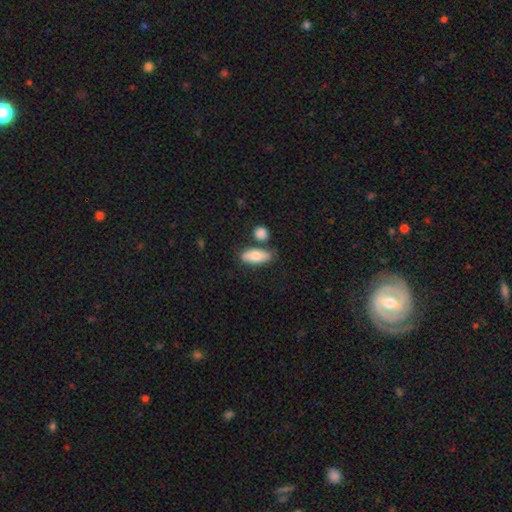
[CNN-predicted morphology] Smooth or featured: smooth — 75% (featured or disk — 19%)
How rounded: in between — 84% (cigar-shaped — 11%)
Merging: none — 67% (minor disturbance — 15%)